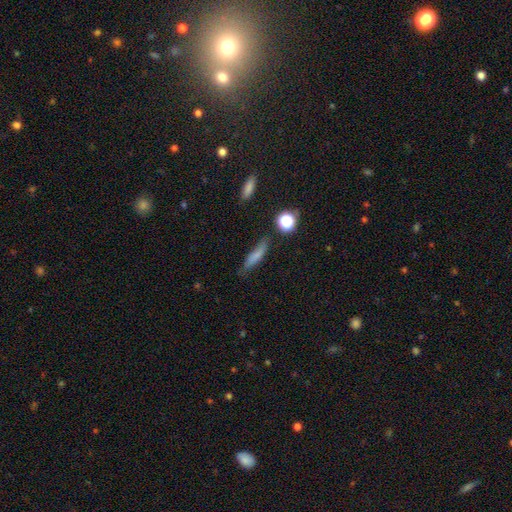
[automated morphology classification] Smooth or featured?
  - smooth: 72% *
  - featured or disk: 18%
  - star or artifact: 10%
How rounded?
  - cigar-shaped: 73% *
  - in between: 23%
  - round: 4%
Merging?
  - none: 68% *
  - minor disturbance: 22%
  - major disturbance: 6%
  - merger: 3%